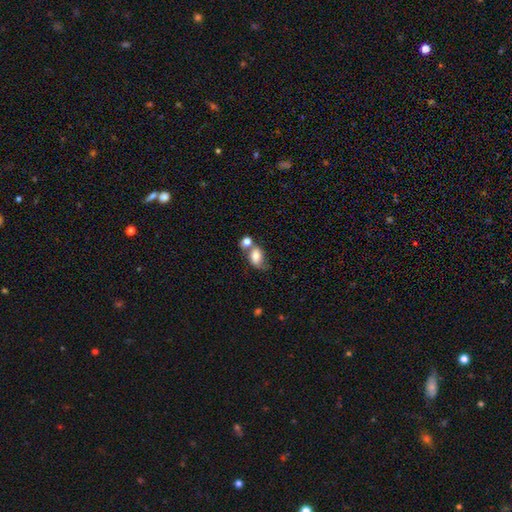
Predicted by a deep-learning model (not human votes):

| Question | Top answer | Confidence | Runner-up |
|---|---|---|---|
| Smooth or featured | smooth | 72% | featured or disk (18%) |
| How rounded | in between | 77% | round (21%) |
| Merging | merger | 45% | none (27%) |